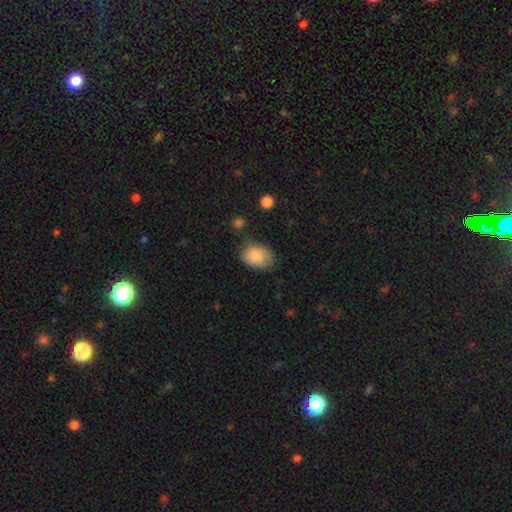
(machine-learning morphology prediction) A smooth galaxy with no disk features (84%) that is in between round and cigar-shaped (77%). Merging: none (60%).